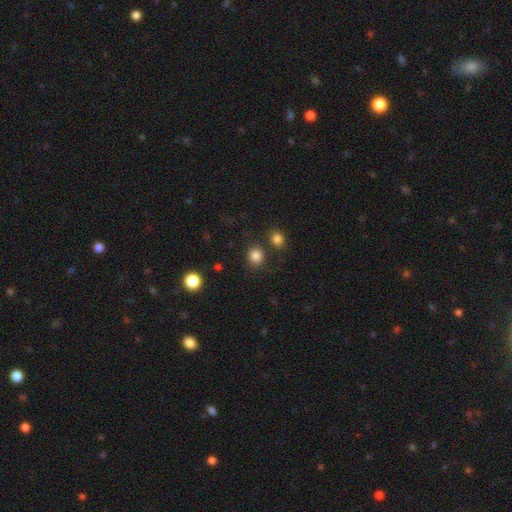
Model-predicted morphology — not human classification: smooth_or_featured: smooth (p=0.84) [alt: star or artifact p=0.12]
how_rounded: round (p=0.82) [alt: in between p=0.17]
merging: none (p=0.79) [alt: minor disturbance p=0.09]